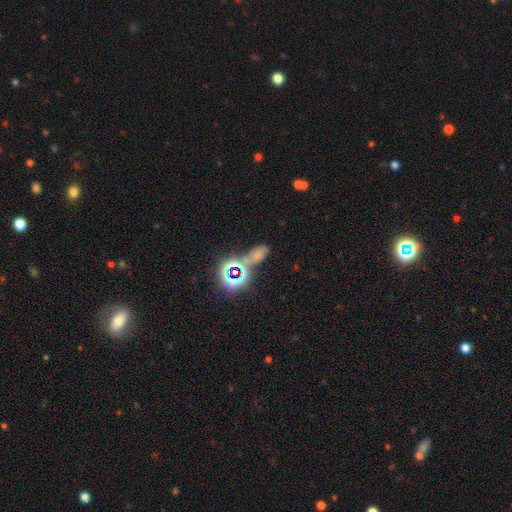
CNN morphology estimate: This appears to be a star or artifact, not a galaxy (45%).